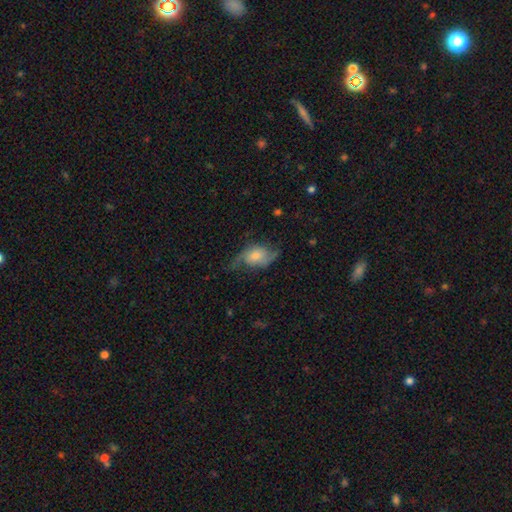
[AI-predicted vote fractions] Q: Smooth or featured?
A: featured or disk (69%); runner-up: smooth (23%)
Q: Edge-on disk?
A: no (94%); runner-up: yes (6%)
Q: Bar?
A: no (65%); runner-up: weak (28%)
Q: Spiral arms?
A: yes (91%); runner-up: no (9%)
Q: Spiral winding?
A: loose (60%); runner-up: medium (30%)
Q: Spiral arm count?
A: 2 (87%); runner-up: can't tell (5%)
Q: Bulge size?
A: moderate (45%); runner-up: small (33%)
Q: Merging?
A: none (59%); runner-up: minor disturbance (24%)